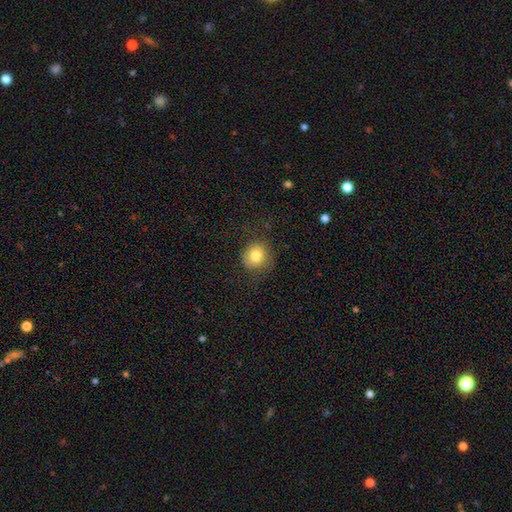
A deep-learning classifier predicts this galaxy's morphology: Smooth or featured? Predicted: smooth (p=0.80). How rounded? Predicted: round (p=0.87). Merging? Predicted: none (p=0.79).